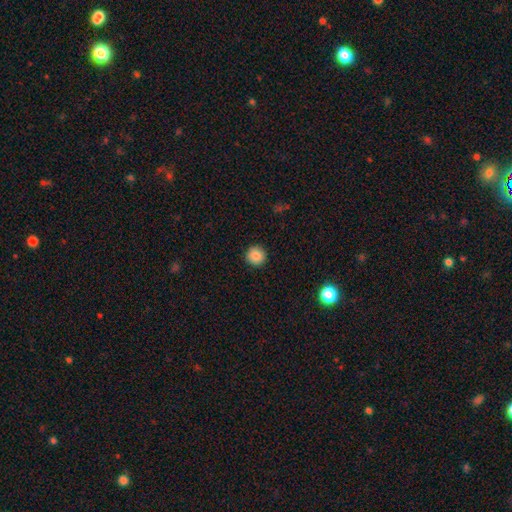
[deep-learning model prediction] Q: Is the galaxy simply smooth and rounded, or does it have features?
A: smooth — 86%.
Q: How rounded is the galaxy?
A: round — 95%.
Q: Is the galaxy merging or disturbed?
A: none — 92%.